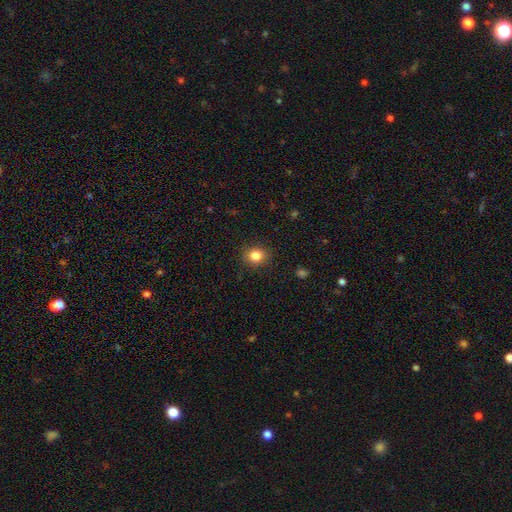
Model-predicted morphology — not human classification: A smooth galaxy with no disk features (83%) that is round (73%). Merging: none (89%).